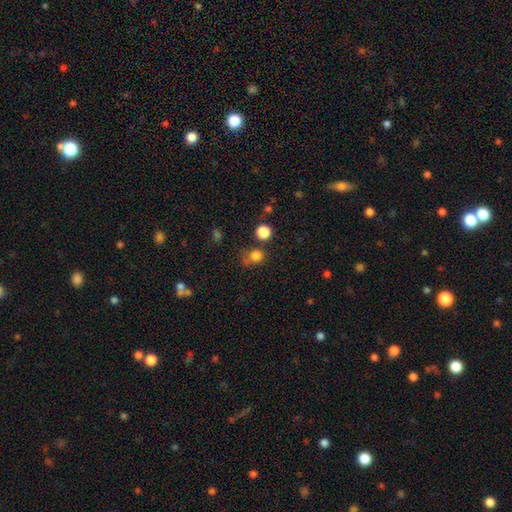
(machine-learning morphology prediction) Smooth or featured: smooth — 79% (star or artifact — 15%)
How rounded: round — 81% (in between — 18%)
Merging: none — 62% (minor disturbance — 17%)